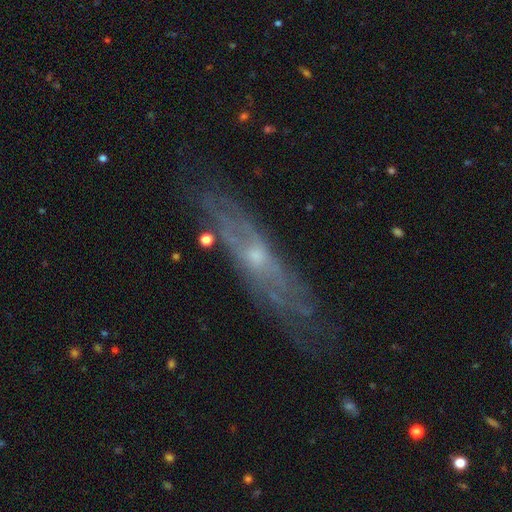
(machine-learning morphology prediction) This appears to be a featured or disk galaxy (65%) viewed edge-on (56%). Merging: none (78%).